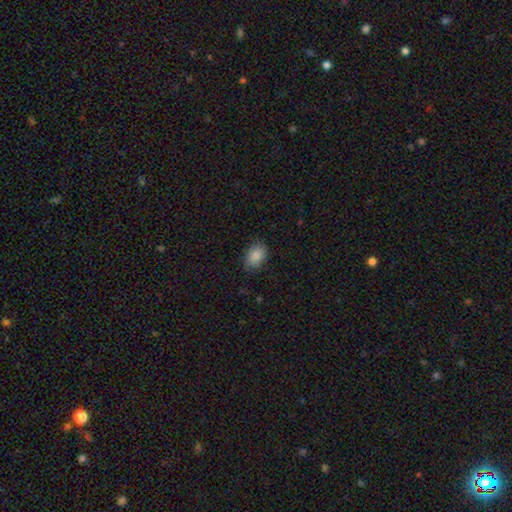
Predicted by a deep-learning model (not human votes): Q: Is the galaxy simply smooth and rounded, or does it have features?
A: smooth — 88%.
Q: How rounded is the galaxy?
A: in between — 77%.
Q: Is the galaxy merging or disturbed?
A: none — 83%.